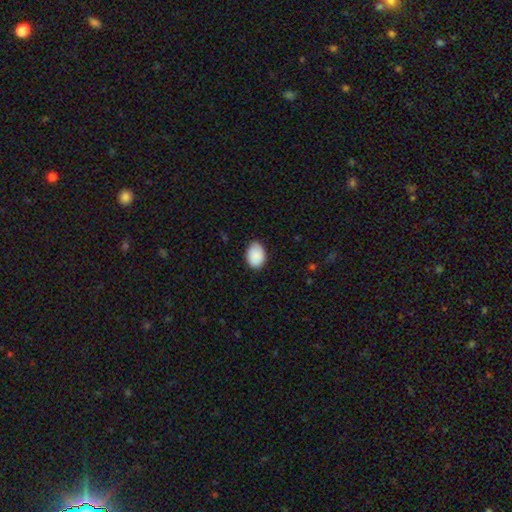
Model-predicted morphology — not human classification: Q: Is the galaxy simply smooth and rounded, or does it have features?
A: smooth — 89%.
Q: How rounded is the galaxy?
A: in between — 80%.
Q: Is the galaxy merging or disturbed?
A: none — 78%.